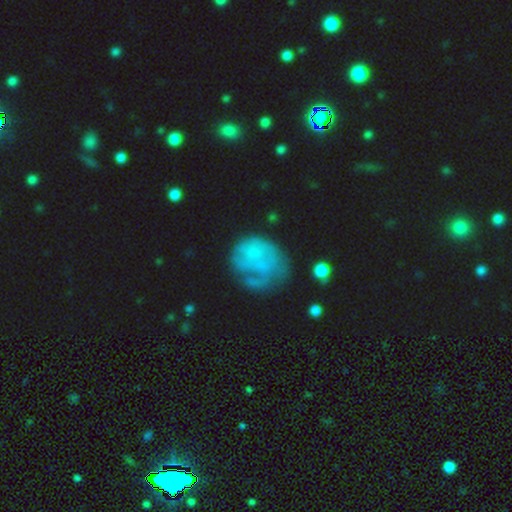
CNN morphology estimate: A featured or disk galaxy (48%). Merging: none (39%).